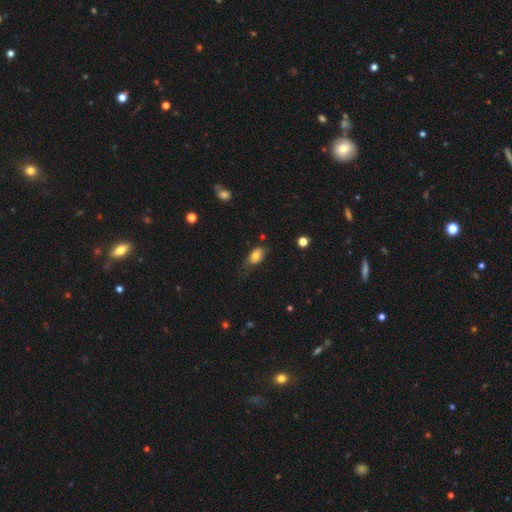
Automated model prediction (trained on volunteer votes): A smooth galaxy with no disk features (74%) that is in between round and cigar-shaped (87%).

Vote fractions:
- Smooth or featured? smooth: 74% / featured or disk: 17% / star or artifact: 9%
- How rounded? in between: 87% / round: 10% / cigar-shaped: 3%
- Merging? none: 54% / minor disturbance: 32% / major disturbance: 12% / merger: 2%